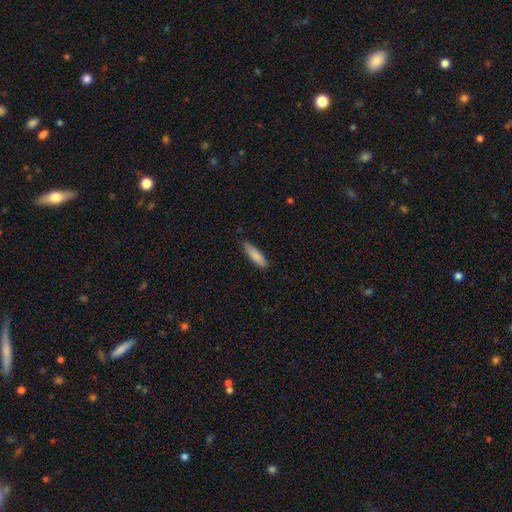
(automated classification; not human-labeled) smooth-or-featured: smooth: 85% | featured or disk: 9% | star or artifact: 6%
  how-rounded: cigar-shaped: 66% | in between: 32% | round: 1%
  merging: none: 81% | minor disturbance: 15% | major disturbance: 2% | merger: 1%